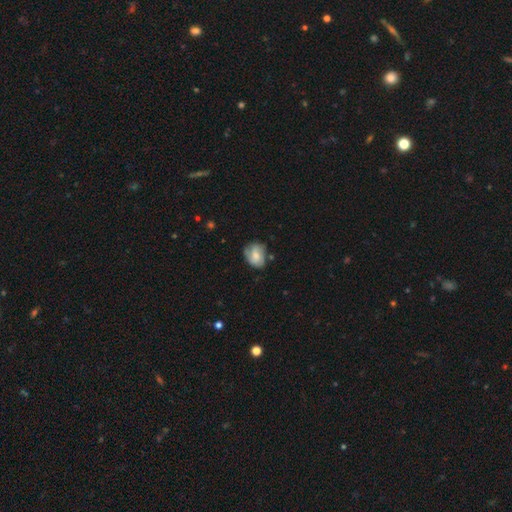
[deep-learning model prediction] Q: Smooth or featured?
A: smooth (55%); runner-up: featured or disk (38%)
Q: How rounded?
A: in between (51%); runner-up: round (47%)
Q: Merging?
A: none (59%); runner-up: minor disturbance (29%)